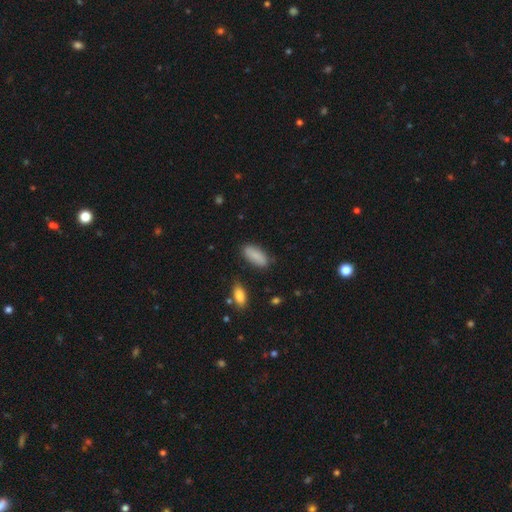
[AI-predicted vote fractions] A smooth galaxy with no disk features (86%) that is in between round and cigar-shaped (81%). Merging: none (81%).